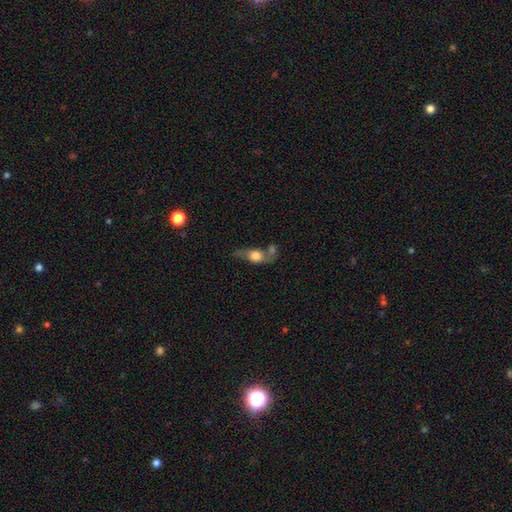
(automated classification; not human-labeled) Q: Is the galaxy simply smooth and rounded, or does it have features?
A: smooth — 51%.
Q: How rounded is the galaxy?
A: in between — 57%.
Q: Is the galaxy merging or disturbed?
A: merger — 37%.